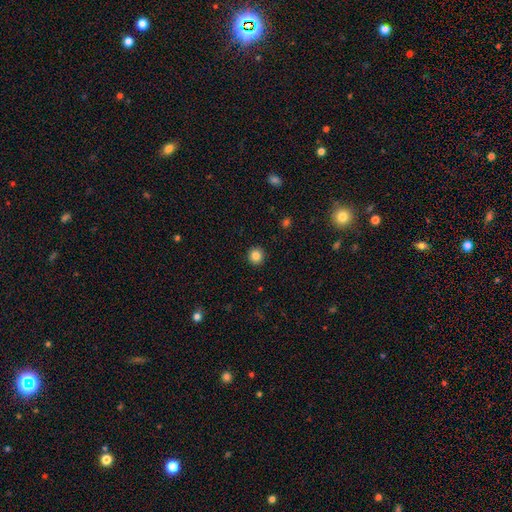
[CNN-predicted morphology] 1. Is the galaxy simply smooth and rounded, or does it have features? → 85% smooth, 11% star or artifact, 4% featured or disk.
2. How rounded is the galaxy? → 94% round, 5% in between, 1% cigar-shaped.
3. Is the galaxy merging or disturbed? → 93% none, 5% minor disturbance, 2% major disturbance, 1% merger.